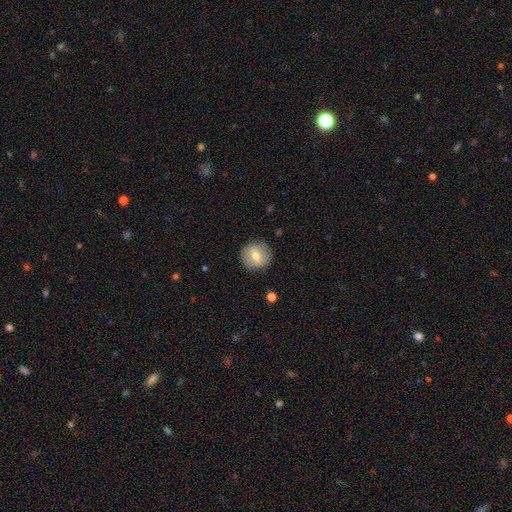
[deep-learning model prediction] smooth_or_featured: smooth (p=0.58) [alt: featured or disk p=0.34]
how_rounded: round (p=0.89) [alt: in between p=0.09]
merging: none (p=0.88) [alt: minor disturbance p=0.08]